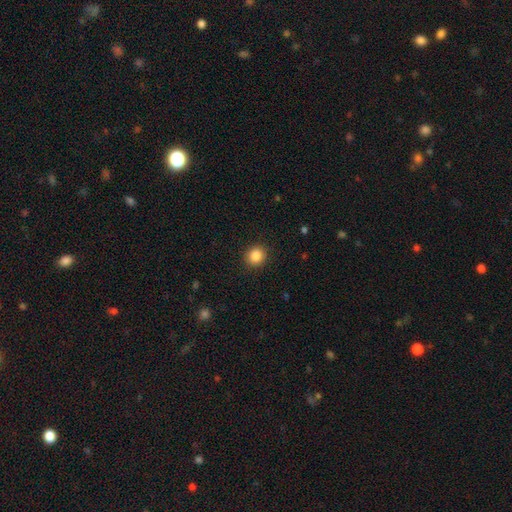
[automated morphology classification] Smooth or featured? smooth (86%)
How rounded? round (88%)
Merging? none (91%)